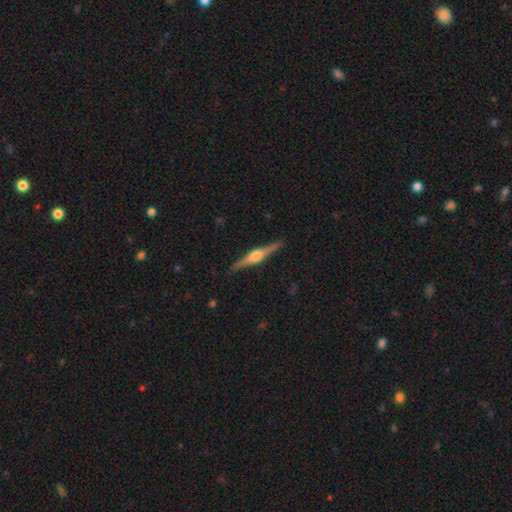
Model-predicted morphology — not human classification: Overall: featured or disk (80%). Edge-on disk: yes (98%). Edge-on bulge: rounded (91%). Merging: none (90%).